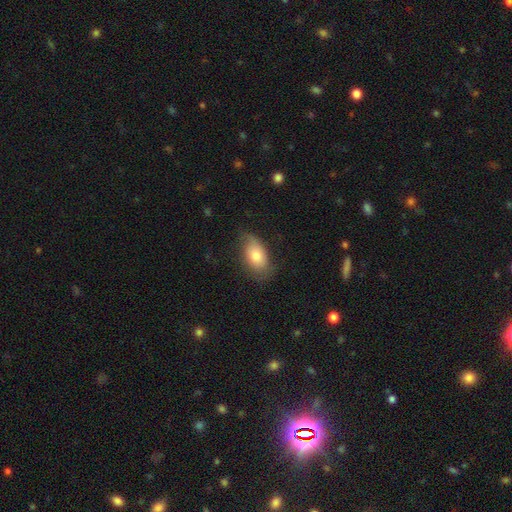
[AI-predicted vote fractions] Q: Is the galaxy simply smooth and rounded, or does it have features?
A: smooth — 72%.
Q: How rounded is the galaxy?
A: in between — 91%.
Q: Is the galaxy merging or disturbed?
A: none — 63%.